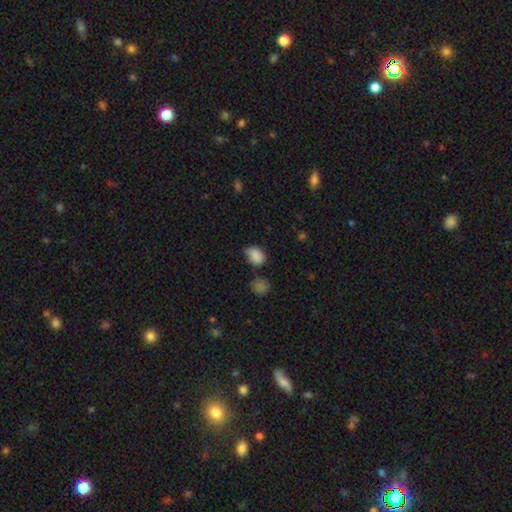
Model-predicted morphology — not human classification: smooth_or_featured: smooth (p=0.85) [alt: star or artifact p=0.10]
how_rounded: in between (p=0.75) [alt: round p=0.24]
merging: none (p=0.53) [alt: minor disturbance p=0.34]